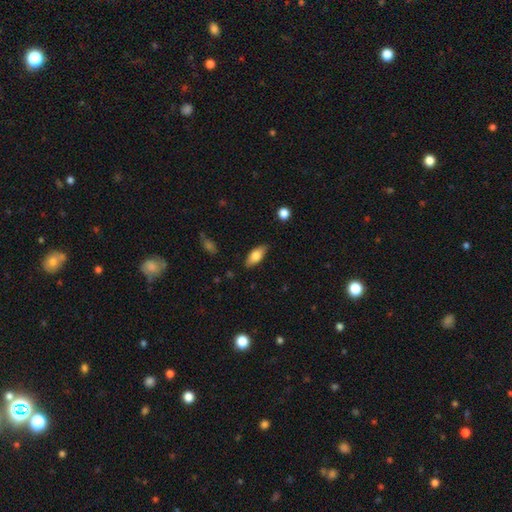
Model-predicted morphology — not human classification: Smooth or featured: smooth — 76% (featured or disk — 18%)
How rounded: in between — 83% (cigar-shaped — 14%)
Merging: none — 83% (minor disturbance — 13%)